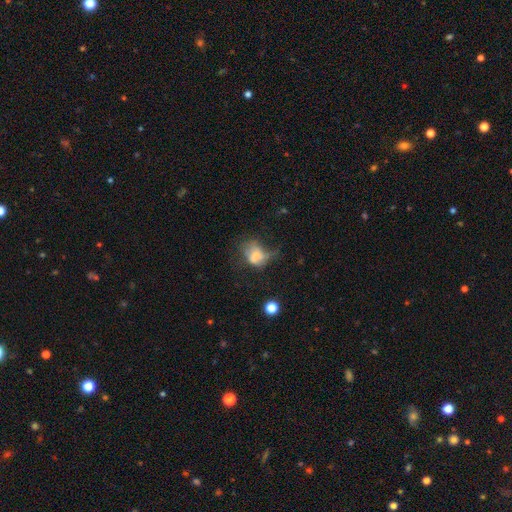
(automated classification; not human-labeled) smooth-or-featured: smooth: 52% | featured or disk: 34% | star or artifact: 14%
  how-rounded: in between: 60% | round: 38% | cigar-shaped: 1%
  merging: major disturbance: 37% | none: 26% | minor disturbance: 25% | merger: 12%